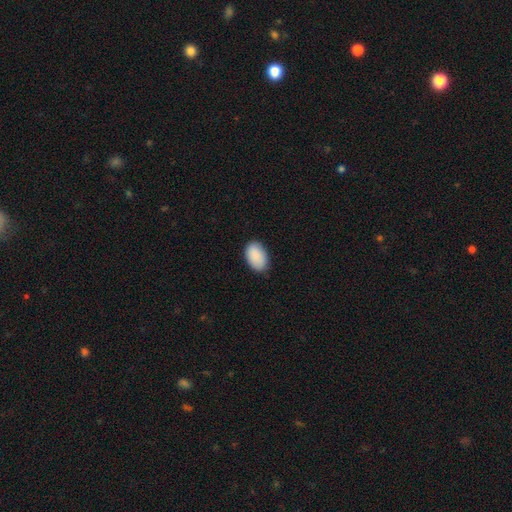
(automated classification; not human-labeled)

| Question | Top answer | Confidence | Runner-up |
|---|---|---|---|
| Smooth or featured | smooth | 90% | star or artifact (6%) |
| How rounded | in between | 93% | round (6%) |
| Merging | none | 84% | minor disturbance (13%) |